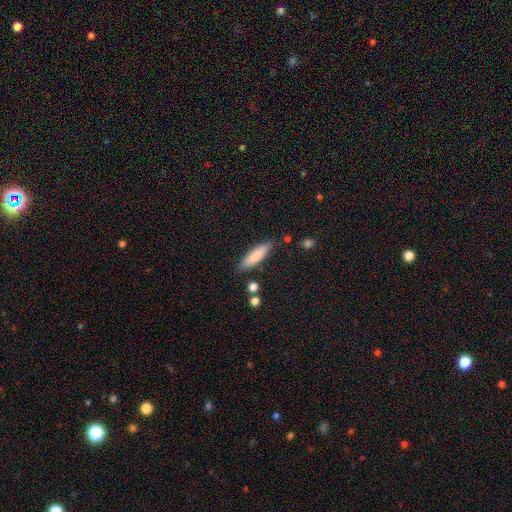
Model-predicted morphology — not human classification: The model was most divided on "how rounded": cigar-shaped: 62%, in between: 36%, round: 2%. More confident: merging — none (84%); smooth or featured — smooth (79%).